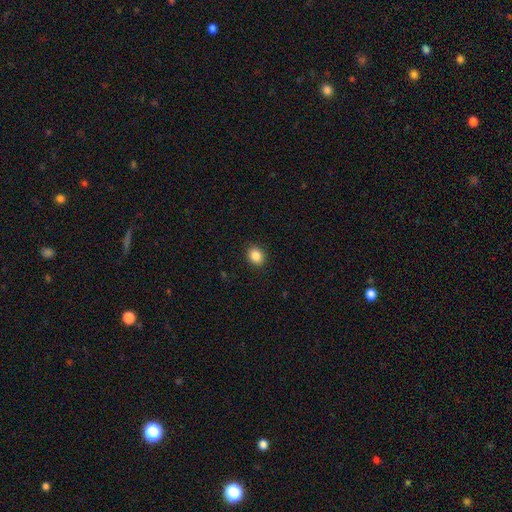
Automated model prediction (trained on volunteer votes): This is clearly a smooth galaxy (86%). How rounded: possibly round (57%). Merging: clearly none (90%).